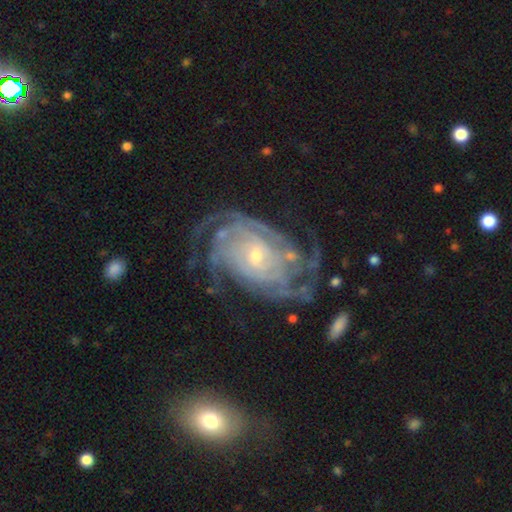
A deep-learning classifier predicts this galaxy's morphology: The model was most divided on "spiral arm count": can't tell: 27%, 4: 23%, more than 4: 16%, 3: 15%, 2: 12%, 1: 7%. More confident: edge-on disk — no (97%); spiral arms — yes (97%); smooth or featured — featured or disk (90%); spiral winding — tight (69%); bar — no (66%); bulge size — small (66%); merging — none (65%).